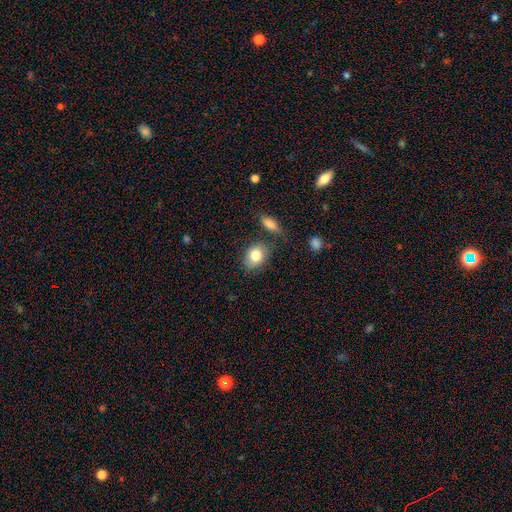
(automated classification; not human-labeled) This appears to be a smooth galaxy with no disk features (81%) that is in between round and cigar-shaped (64%). Merging: none (74%).